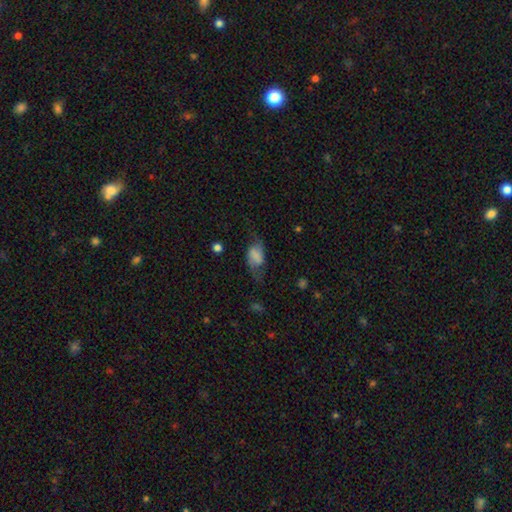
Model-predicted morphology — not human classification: Smooth or featured: smooth — 49% (featured or disk — 42%)
Merging: none — 47% (minor disturbance — 25%)